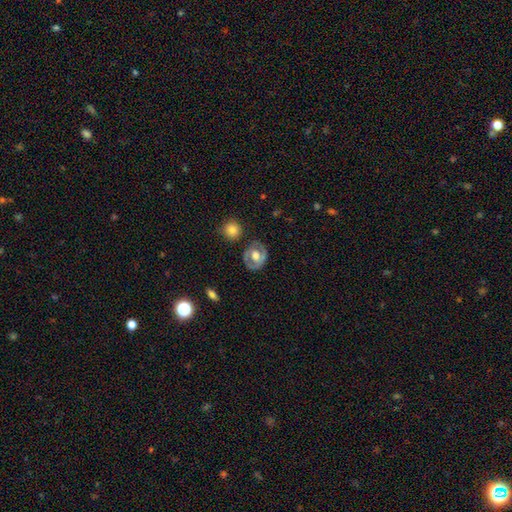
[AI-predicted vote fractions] Q: Smooth or featured?
A: featured or disk (54%); runner-up: smooth (40%)
Q: Edge-on disk?
A: no (94%); runner-up: yes (6%)
Q: Bar?
A: no (66%); runner-up: weak (25%)
Q: Spiral arms?
A: no (69%); runner-up: yes (31%)
Q: Bulge size?
A: moderate (55%); runner-up: large (36%)
Q: Merging?
A: none (74%); runner-up: minor disturbance (16%)